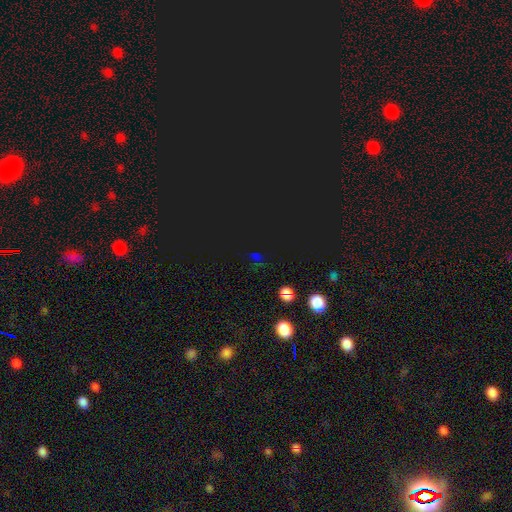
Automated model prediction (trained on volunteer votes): Overall: star or artifact (72%).